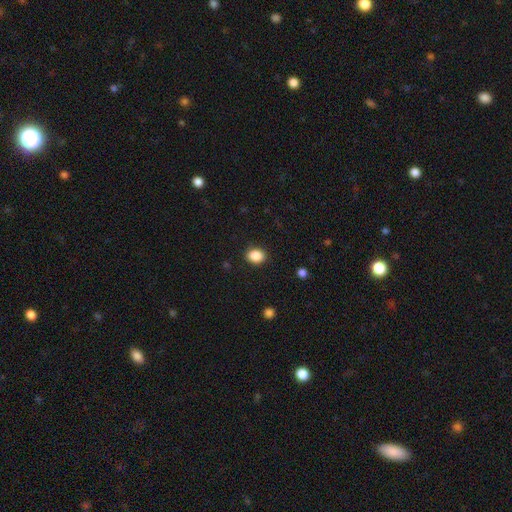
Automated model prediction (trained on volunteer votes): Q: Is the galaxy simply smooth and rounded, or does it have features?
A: smooth — 88%.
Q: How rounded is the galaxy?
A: in between — 52%.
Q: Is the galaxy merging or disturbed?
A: none — 89%.